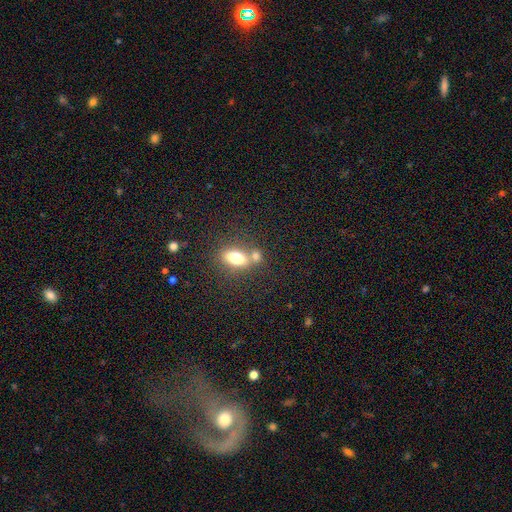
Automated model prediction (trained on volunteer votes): smooth_or_featured: smooth (p=0.74) [alt: featured or disk p=0.15]
how_rounded: in between (p=0.75) [alt: round p=0.18]
merging: none (p=0.44) [alt: merger p=0.41]